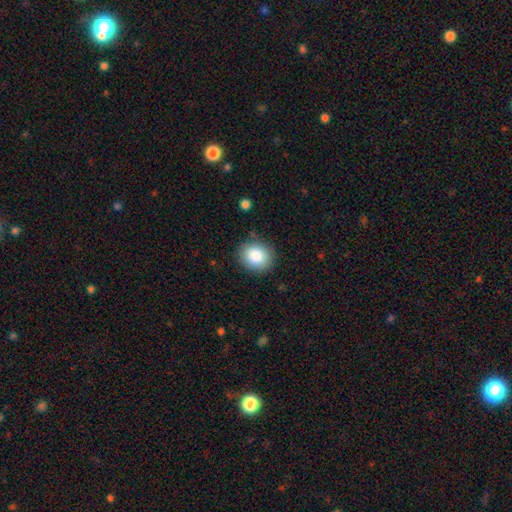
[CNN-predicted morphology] Smooth or featured?
  - smooth: 85% *
  - star or artifact: 9%
  - featured or disk: 6%
How rounded?
  - round: 72% *
  - in between: 27%
  - cigar-shaped: 1%
Merging?
  - none: 86% *
  - minor disturbance: 10%
  - major disturbance: 3%
  - merger: 1%